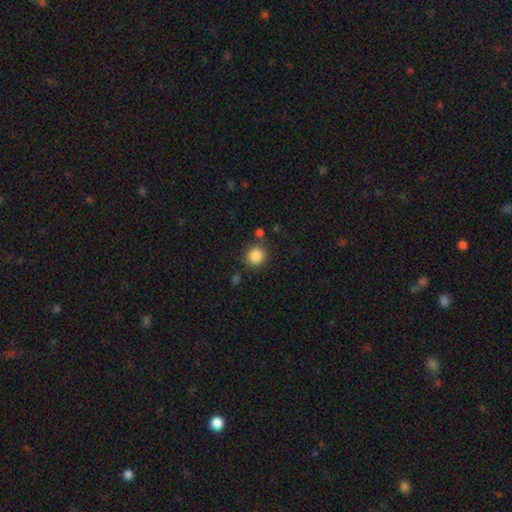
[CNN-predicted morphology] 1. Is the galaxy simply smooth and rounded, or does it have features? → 86% smooth, 10% star or artifact, 4% featured or disk.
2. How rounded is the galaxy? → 91% round, 8% in between, 1% cigar-shaped.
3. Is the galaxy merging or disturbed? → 80% none, 10% minor disturbance, 7% merger, 3% major disturbance.